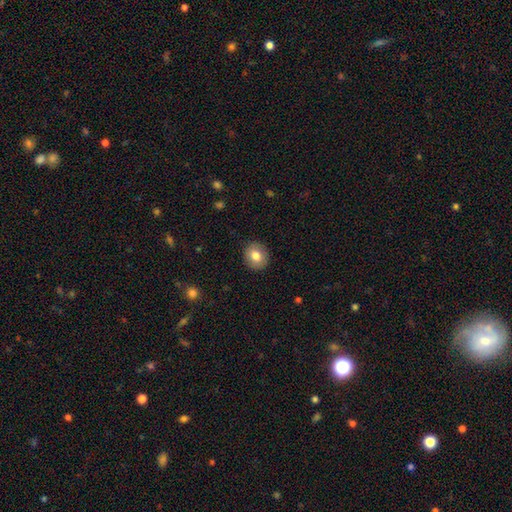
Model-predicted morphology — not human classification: smooth-or-featured: smooth: 80% | featured or disk: 12% | star or artifact: 8%
  how-rounded: round: 76% | in between: 23% | cigar-shaped: 1%
  merging: none: 90% | minor disturbance: 7% | major disturbance: 2% | merger: 1%